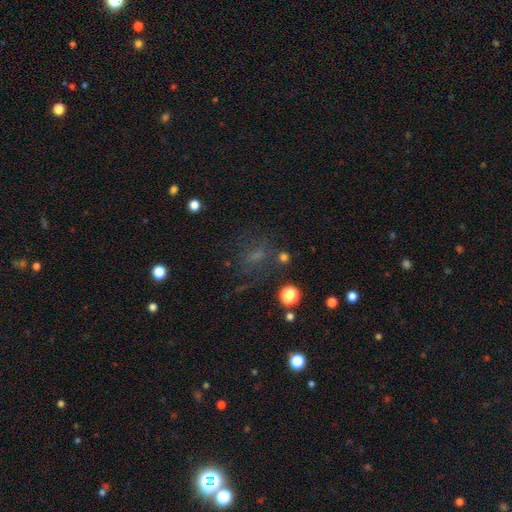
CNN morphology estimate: A smooth galaxy with no disk features (43%).

Vote fractions:
- Smooth or featured? smooth: 43% / star or artifact: 31% / featured or disk: 26%
- Merging? none: 60% / major disturbance: 18% / minor disturbance: 18% / merger: 4%